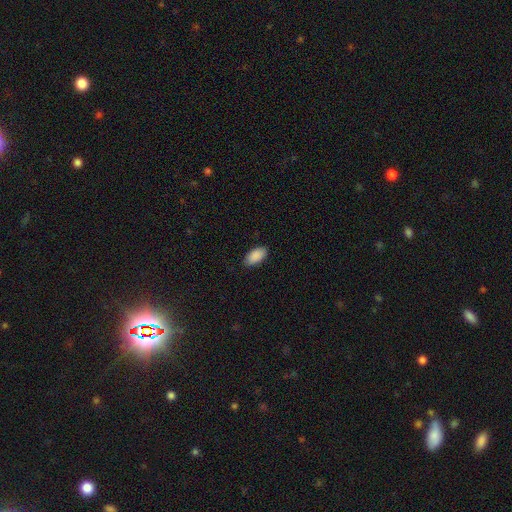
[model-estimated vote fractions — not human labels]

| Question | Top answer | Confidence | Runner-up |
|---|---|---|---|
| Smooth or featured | smooth | 90% | star or artifact (6%) |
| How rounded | in between | 95% | cigar-shaped (3%) |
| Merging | none | 85% | minor disturbance (12%) |